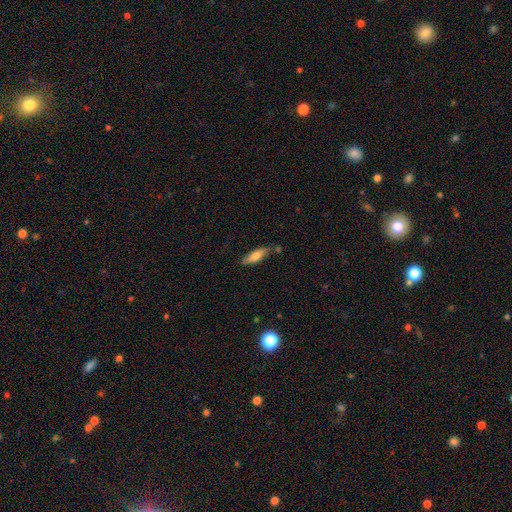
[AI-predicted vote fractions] The model was most divided on "how rounded": cigar-shaped: 62%, in between: 37%, round: 2%. More confident: merging — none (73%); smooth or featured — smooth (68%).